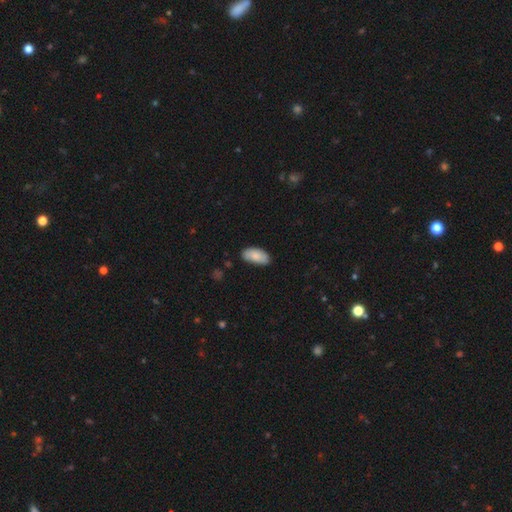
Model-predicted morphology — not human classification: Smooth or featured? Predicted: smooth (p=0.84). How rounded? Predicted: in between (p=0.93). Merging? Predicted: none (p=0.77).